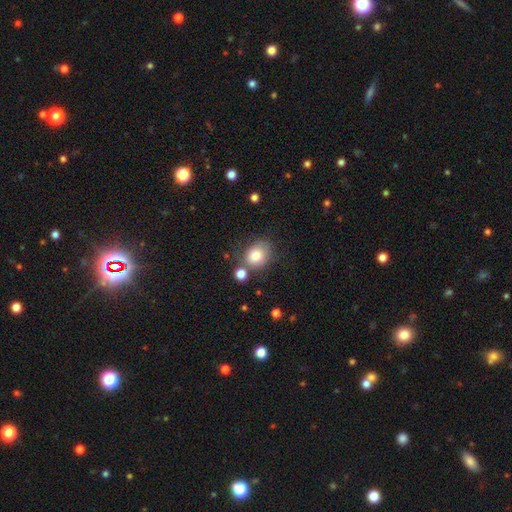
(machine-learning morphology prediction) Q: Smooth or featured?
A: smooth (81%); runner-up: featured or disk (10%)
Q: How rounded?
A: round (54%); runner-up: in between (45%)
Q: Merging?
A: none (60%); runner-up: minor disturbance (20%)